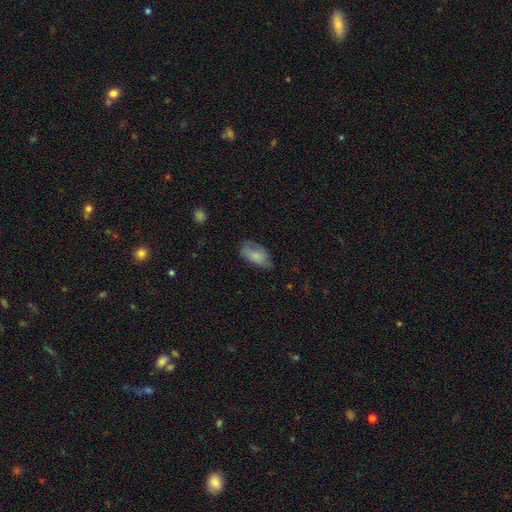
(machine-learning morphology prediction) This is likely a smooth galaxy (77%). How rounded: clearly in between (91%). Merging: possibly none (55%).